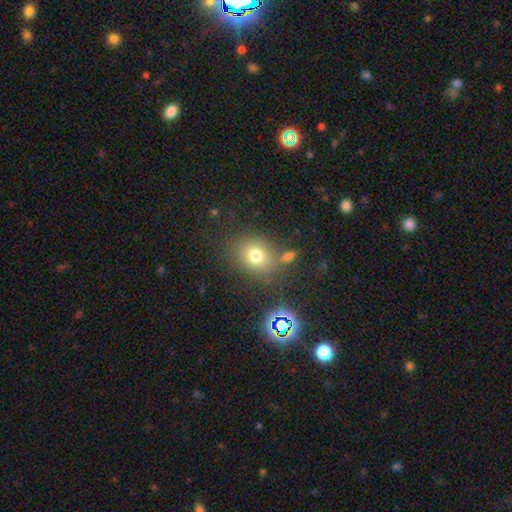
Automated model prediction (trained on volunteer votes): Morphology: type=smooth (73%); roundness=round (62%); merging=none (72%).